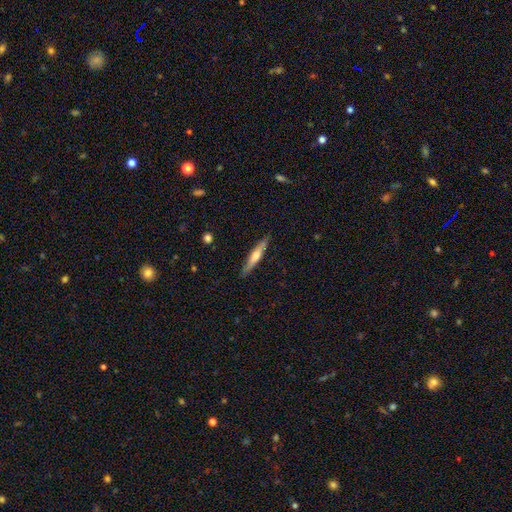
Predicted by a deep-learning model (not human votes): Smooth or featured?
  - smooth: 50% *
  - featured or disk: 44%
  - star or artifact: 6%
Merging?
  - none: 86% *
  - minor disturbance: 11%
  - major disturbance: 2%
  - merger: 1%